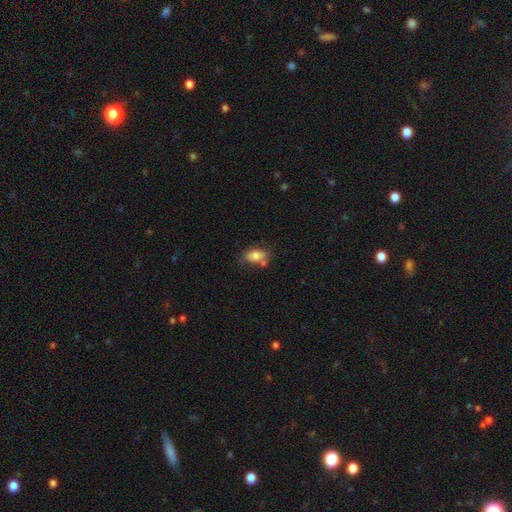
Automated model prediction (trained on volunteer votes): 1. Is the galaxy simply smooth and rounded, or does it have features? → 75% smooth, 17% featured or disk, 8% star or artifact.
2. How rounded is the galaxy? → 87% in between, 10% round, 4% cigar-shaped.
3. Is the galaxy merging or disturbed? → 54% none, 22% minor disturbance, 17% merger, 7% major disturbance.